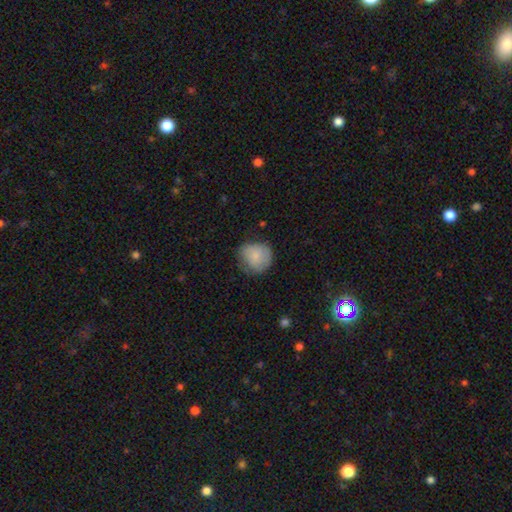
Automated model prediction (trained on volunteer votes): Overall: smooth (80%). How rounded: round (84%). Merging: none (63%; minor disturbance 28%).